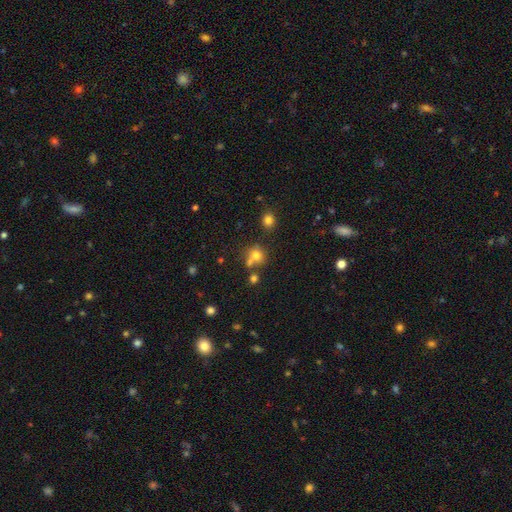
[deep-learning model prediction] Smooth or featured? smooth (71%)
How rounded? round (81%)
Merging? none (53%)